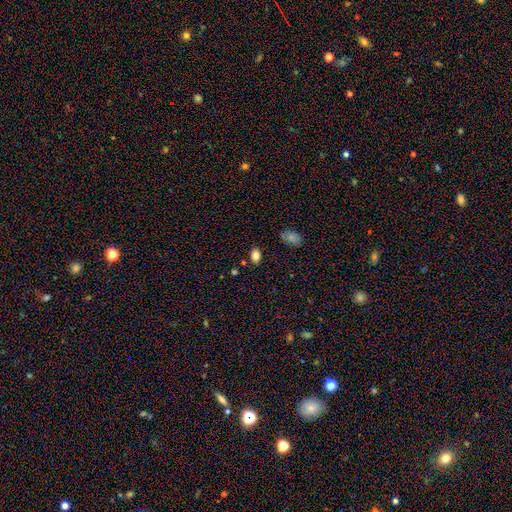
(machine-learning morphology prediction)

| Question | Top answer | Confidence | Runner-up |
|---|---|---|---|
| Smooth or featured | smooth | 83% | star or artifact (11%) |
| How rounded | in between | 81% | round (18%) |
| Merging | none | 85% | minor disturbance (10%) |